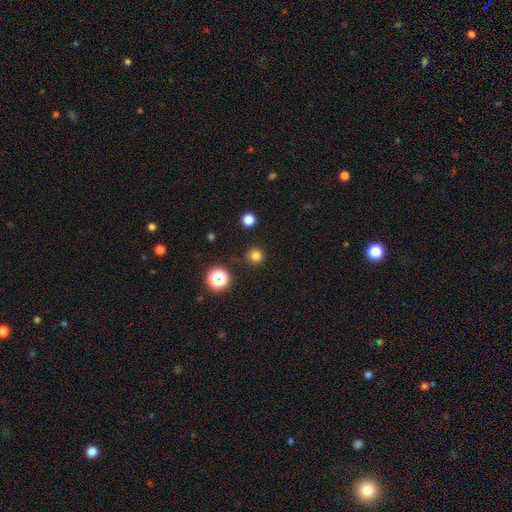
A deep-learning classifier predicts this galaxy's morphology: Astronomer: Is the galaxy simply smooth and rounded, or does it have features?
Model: smooth — 78%.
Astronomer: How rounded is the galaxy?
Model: round — 95%.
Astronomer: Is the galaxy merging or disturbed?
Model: none — 88%.